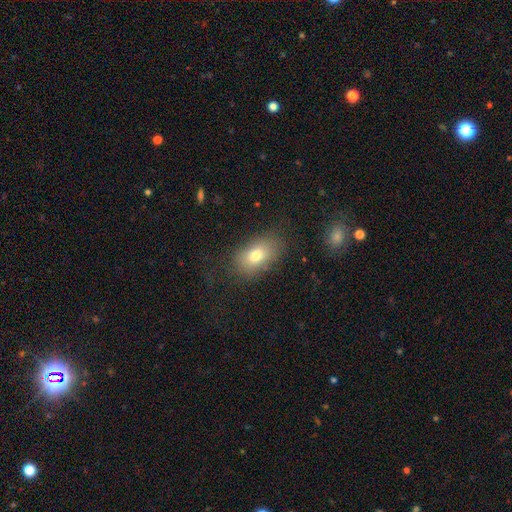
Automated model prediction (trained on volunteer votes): smooth-or-featured: smooth: 76% | featured or disk: 14% | star or artifact: 10%
  how-rounded: in between: 86% | round: 12% | cigar-shaped: 2%
  merging: none: 74% | minor disturbance: 17% | major disturbance: 8% | merger: 2%